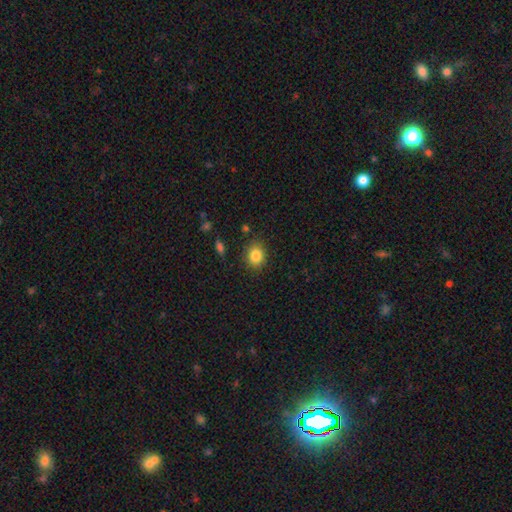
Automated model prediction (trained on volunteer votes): Smooth or featured? Predicted: smooth (p=0.85). How rounded? Predicted: round (p=0.56). Merging? Predicted: none (p=0.86).